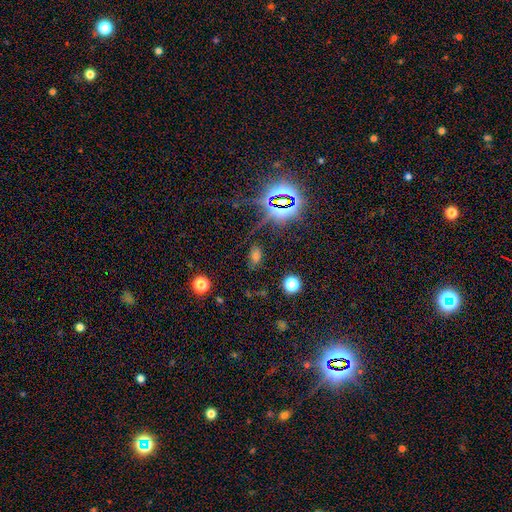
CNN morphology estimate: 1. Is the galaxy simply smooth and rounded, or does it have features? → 49% smooth, 40% star or artifact, 11% featured or disk.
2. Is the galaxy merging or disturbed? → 71% none, 16% minor disturbance, 9% major disturbance, 4% merger.